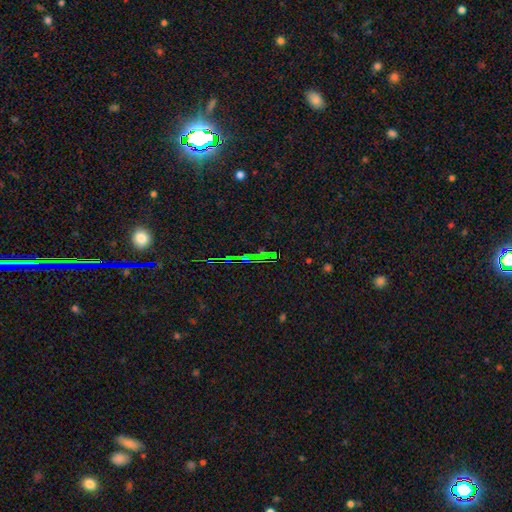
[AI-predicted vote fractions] smooth_or_featured: star or artifact (p=0.72) [alt: smooth p=0.16]